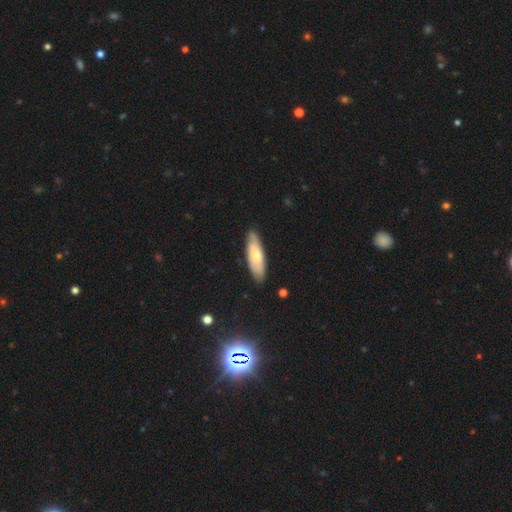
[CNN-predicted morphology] smooth_or_featured: smooth (p=0.58) [alt: featured or disk p=0.37]
how_rounded: in between (p=0.52) [alt: cigar-shaped p=0.47]
merging: none (p=0.83) [alt: minor disturbance p=0.13]